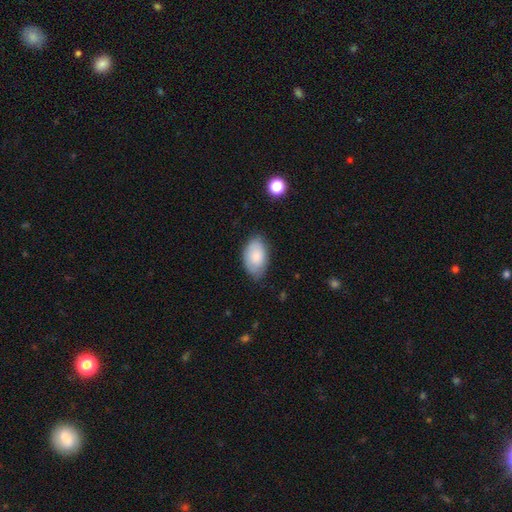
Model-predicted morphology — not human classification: Q: Smooth or featured?
A: smooth (83%); runner-up: featured or disk (10%)
Q: How rounded?
A: in between (94%); runner-up: round (5%)
Q: Merging?
A: none (73%); runner-up: minor disturbance (22%)